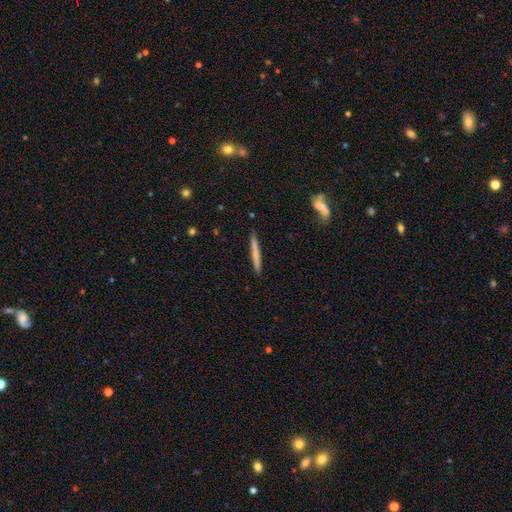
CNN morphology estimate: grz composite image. It shows a smooth galaxy with no disk features (63%) that is cigar-shaped (97%). Merging: none (90%).